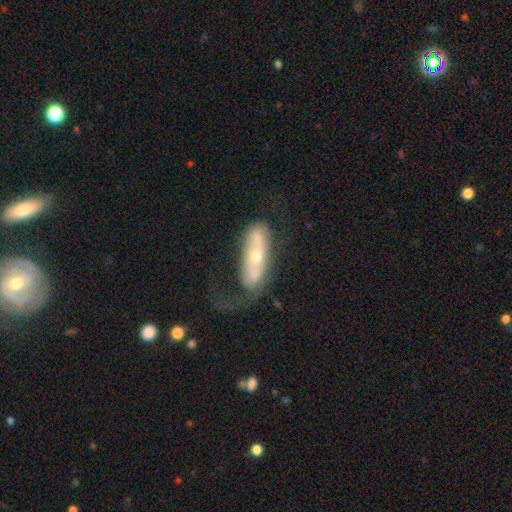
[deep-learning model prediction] smooth-or-featured: featured or disk: 62% | smooth: 32% | star or artifact: 6%
  disk-edge-on: no: 75% | yes: 25%
  merging: none: 37% | major disturbance: 33% | minor disturbance: 23% | merger: 6%